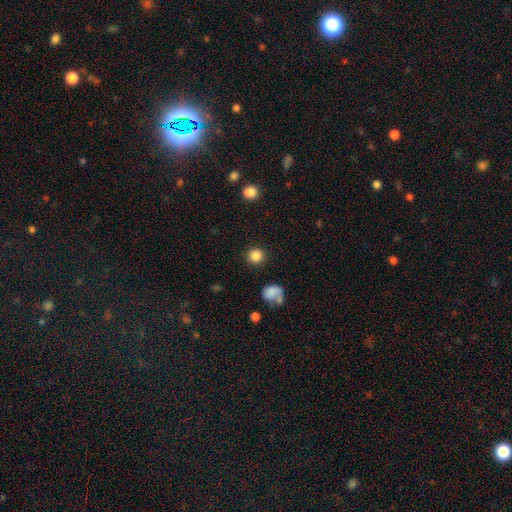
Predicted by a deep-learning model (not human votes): Smooth or featured? Predicted: smooth (p=0.85). How rounded? Predicted: round (p=0.90). Merging? Predicted: none (p=0.88).